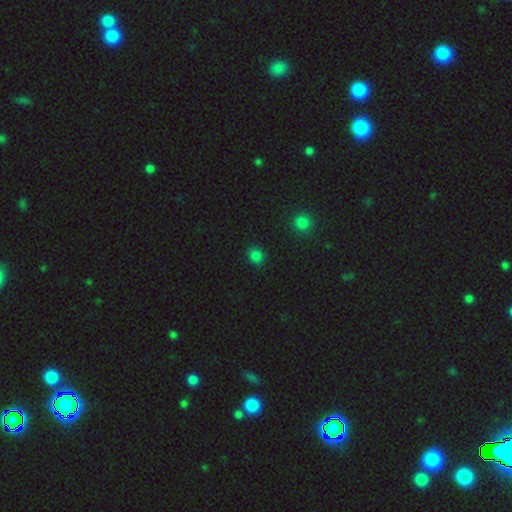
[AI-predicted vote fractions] The model was most divided on "how rounded": round: 82%, in between: 17%, cigar-shaped: 1%. More confident: merging — none (90%); smooth or featured — smooth (81%).